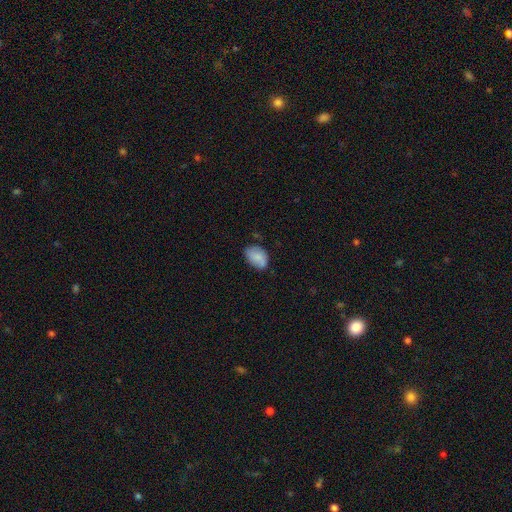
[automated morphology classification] Smooth or featured: smooth — 79% (featured or disk — 13%)
How rounded: in between — 83% (round — 15%)
Merging: none — 63% (minor disturbance — 27%)